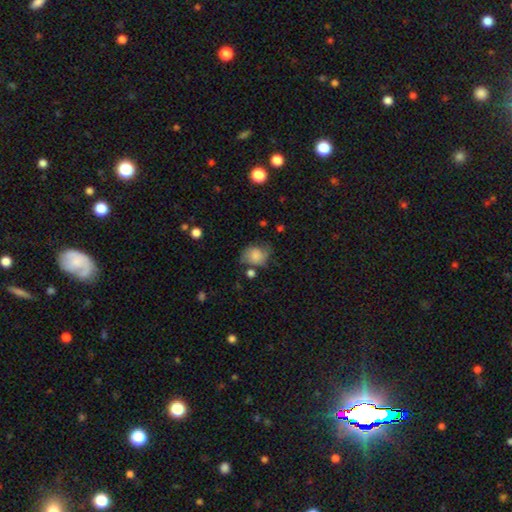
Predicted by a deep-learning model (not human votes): smooth_or_featured: smooth (p=0.72) [alt: featured or disk p=0.19]
how_rounded: round (p=0.54) [alt: in between p=0.45]
merging: none (p=0.53) [alt: minor disturbance p=0.29]